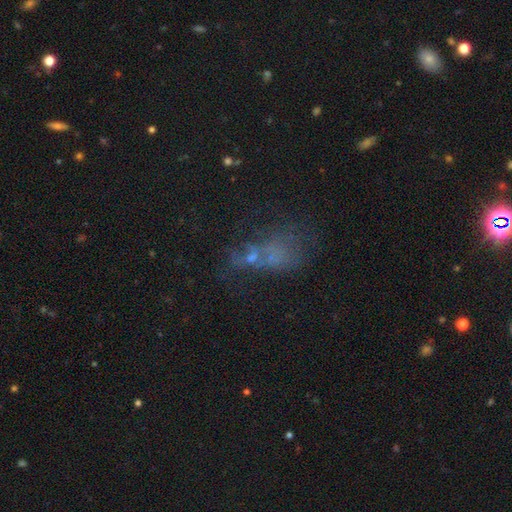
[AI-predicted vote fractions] The model was most divided on "smooth or featured": smooth: 36%, featured or disk: 32%, star or artifact: 32%. Remaining: merging — none (33%).